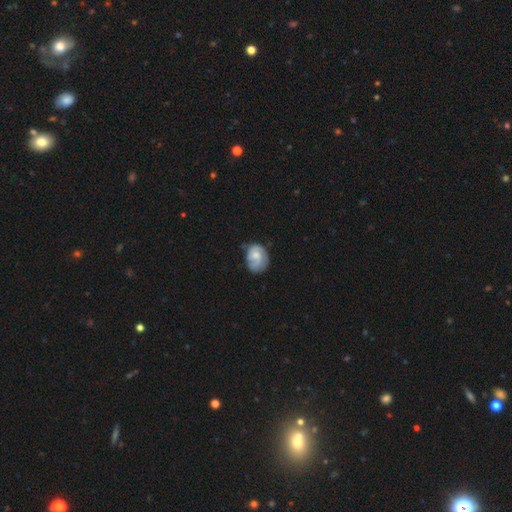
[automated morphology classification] featured or disk 52%, smooth 42%, star or artifact 7%. Down the decision tree: edge-on disk — no (97%); bar — no (68%); spiral arms — yes (80%); bulge size — moderate (44%); merging — none (54%).